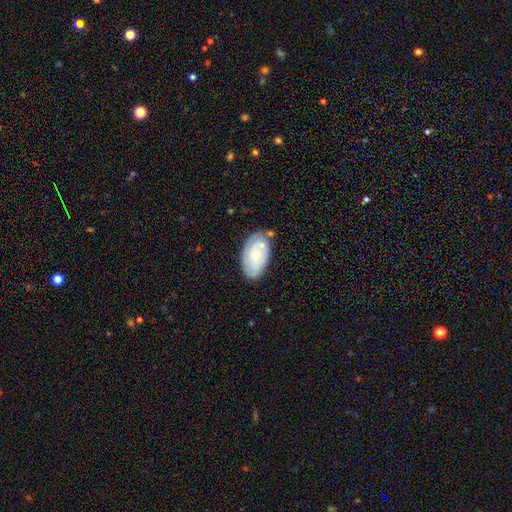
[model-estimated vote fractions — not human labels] A smooth galaxy with no disk features (56%) that is in between round and cigar-shaped (94%). Merging: none (65%).